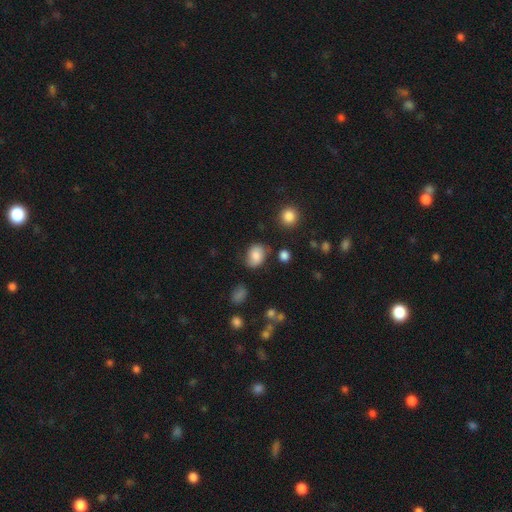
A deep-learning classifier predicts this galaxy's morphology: smooth 77%, featured or disk 13%, star or artifact 10%. Down the decision tree: how rounded — in between (64%); merging — none (66%).